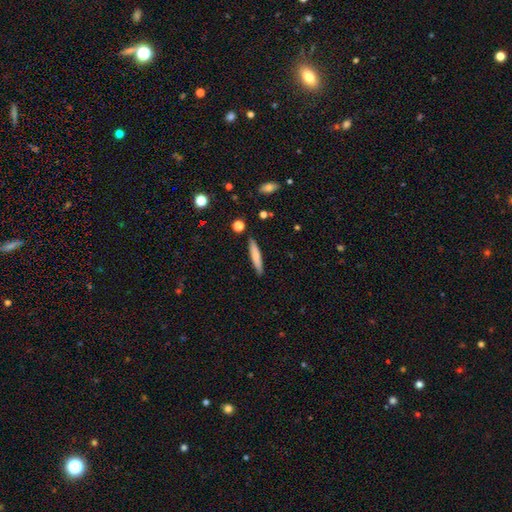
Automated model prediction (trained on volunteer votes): Smooth or featured?
  - smooth: 73% *
  - featured or disk: 21%
  - star or artifact: 6%
How rounded?
  - cigar-shaped: 90% *
  - in between: 8%
  - round: 1%
Merging?
  - none: 89% *
  - minor disturbance: 8%
  - merger: 2%
  - major disturbance: 2%